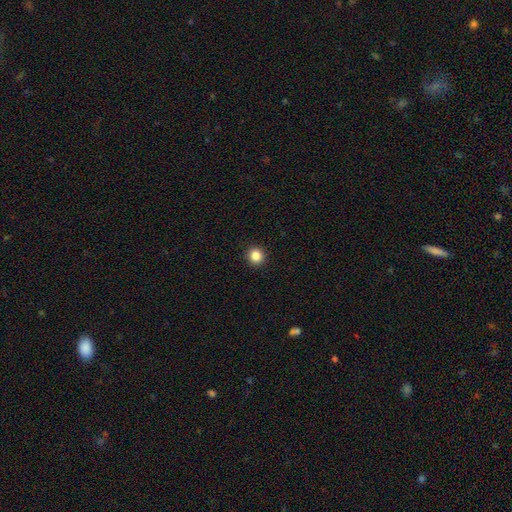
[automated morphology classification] type=smooth (85%); roundness=round (92%); merging=none (93%).